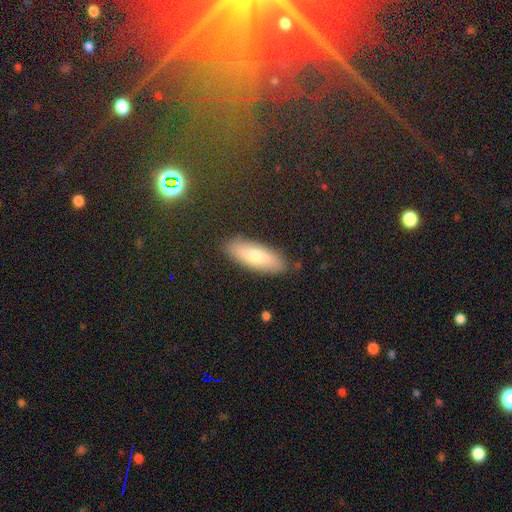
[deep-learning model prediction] smooth-or-featured: smooth: 66% | featured or disk: 25% | star or artifact: 9%
  how-rounded: in between: 60% | cigar-shaped: 37% | round: 3%
  merging: none: 88% | minor disturbance: 9% | major disturbance: 2% | merger: 1%